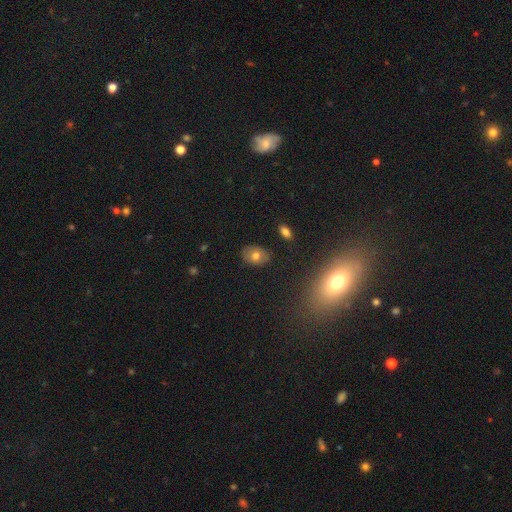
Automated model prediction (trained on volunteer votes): This appears to be a smooth galaxy with no disk features (68%) that is in between round and cigar-shaped (77%). Merging: none (82%).